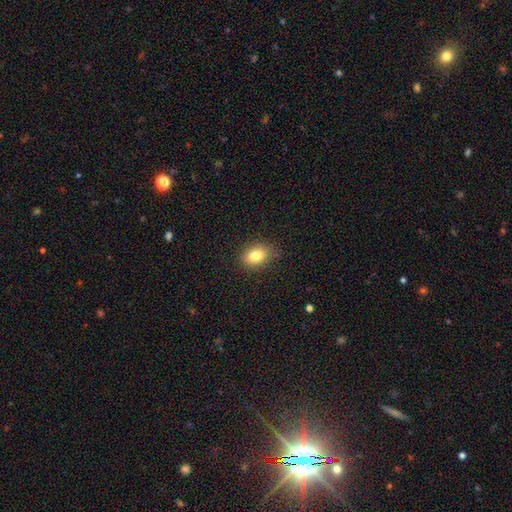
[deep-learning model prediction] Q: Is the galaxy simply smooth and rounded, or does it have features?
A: smooth — 83%.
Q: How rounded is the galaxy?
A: in between — 77%.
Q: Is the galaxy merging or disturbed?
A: none — 83%.